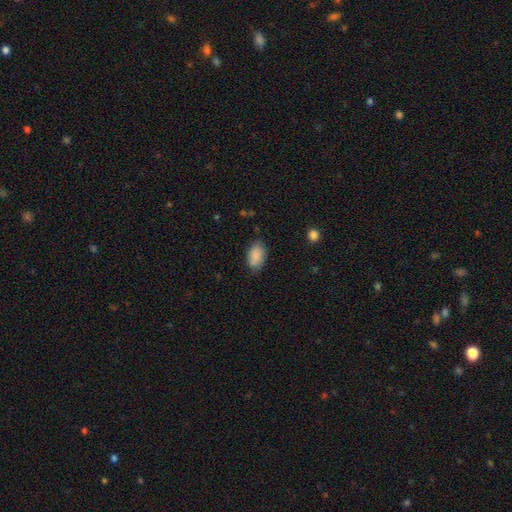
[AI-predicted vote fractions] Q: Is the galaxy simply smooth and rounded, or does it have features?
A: smooth — 87%.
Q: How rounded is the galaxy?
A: in between — 92%.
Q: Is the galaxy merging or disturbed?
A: none — 78%.